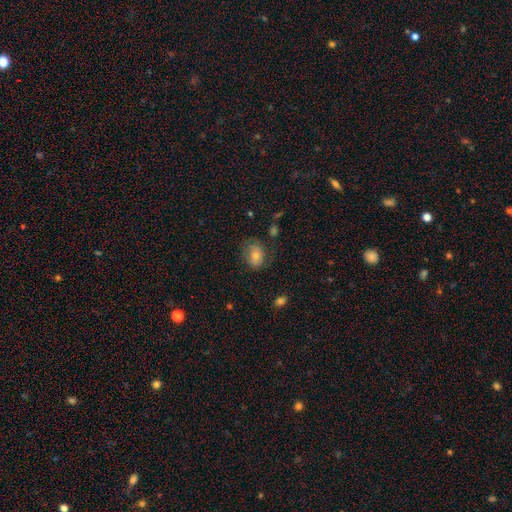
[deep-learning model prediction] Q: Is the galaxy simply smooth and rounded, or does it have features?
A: smooth — 62%.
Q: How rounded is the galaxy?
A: in between — 61%.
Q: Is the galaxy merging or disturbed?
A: none — 68%.